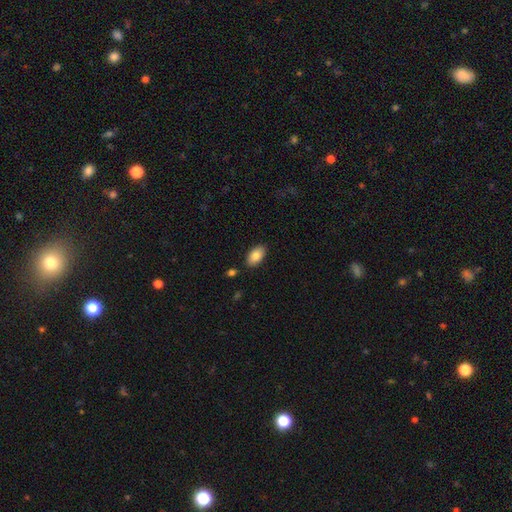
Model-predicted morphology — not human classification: Q: Smooth or featured?
A: smooth (84%); runner-up: featured or disk (9%)
Q: How rounded?
A: in between (94%); runner-up: round (4%)
Q: Merging?
A: none (87%); runner-up: minor disturbance (9%)